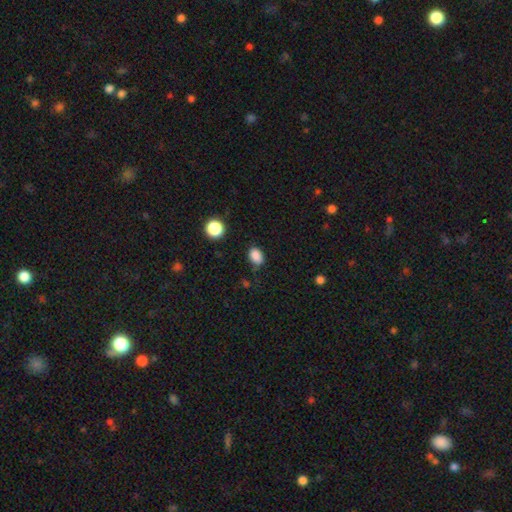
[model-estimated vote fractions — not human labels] smooth_or_featured: smooth (p=0.86) [alt: star or artifact p=0.10]
how_rounded: in between (p=0.73) [alt: round p=0.25]
merging: none (p=0.75) [alt: minor disturbance p=0.18]